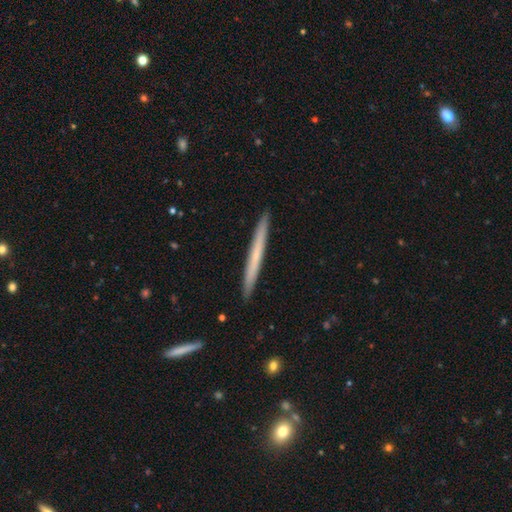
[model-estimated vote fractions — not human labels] Morphology: type=smooth (53%); roundness=cigar-shaped (97%); merging=none (93%).